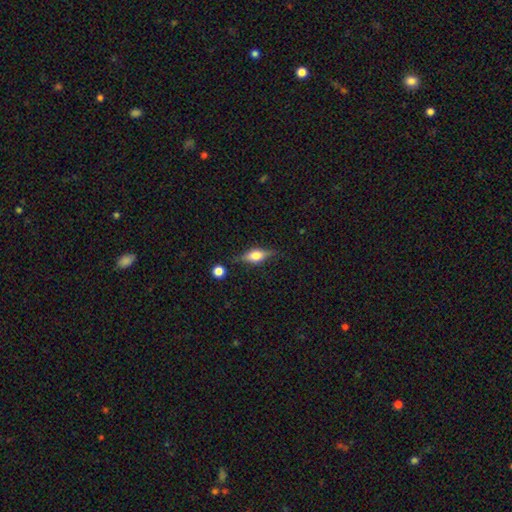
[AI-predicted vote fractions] featured or disk 52%, smooth 40%, star or artifact 8%. Down the decision tree: edge-on disk — yes (92%); merging — none (75%).